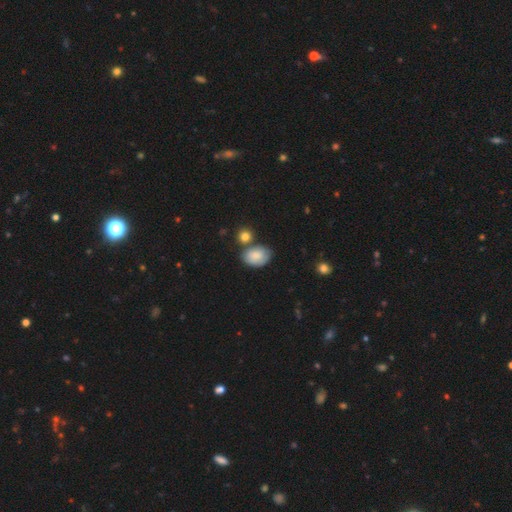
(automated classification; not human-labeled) smooth_or_featured: smooth (p=0.82) [alt: featured or disk p=0.11]
how_rounded: in between (p=0.80) [alt: round p=0.18]
merging: none (p=0.58) [alt: minor disturbance p=0.19]